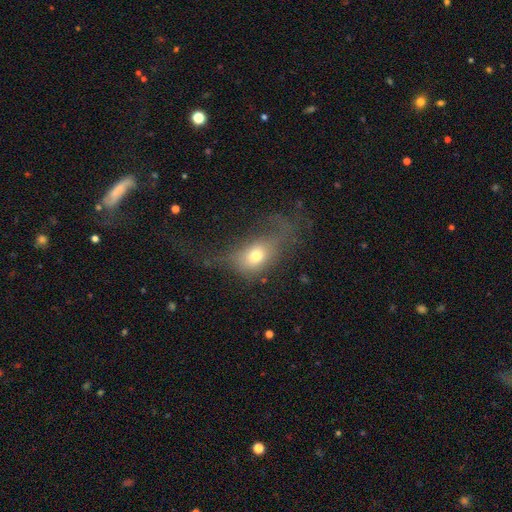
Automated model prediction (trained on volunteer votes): Smooth or featured? Predicted: smooth (p=0.64). How rounded? Predicted: in between (p=0.68). Merging? Predicted: major disturbance (p=0.43).